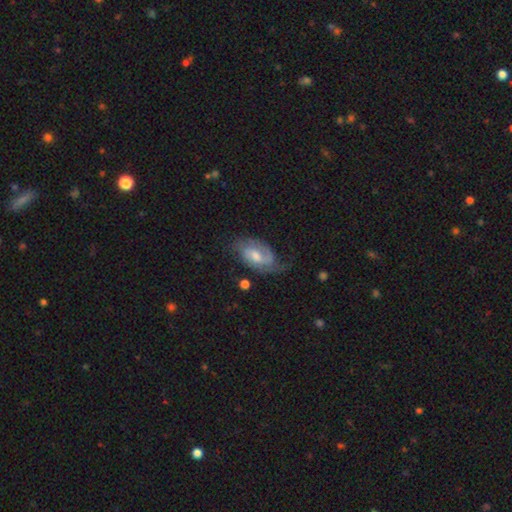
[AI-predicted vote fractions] The model was most divided on "bar": weak: 48%, no: 41%, strong: 11%. Remaining: edge-on disk — no (96%); spiral arms — yes (93%); smooth or featured — featured or disk (77%); spiral arm count — 2 (64%); bulge size — moderate (60%); merging — none (58%); spiral winding — medium (44%).